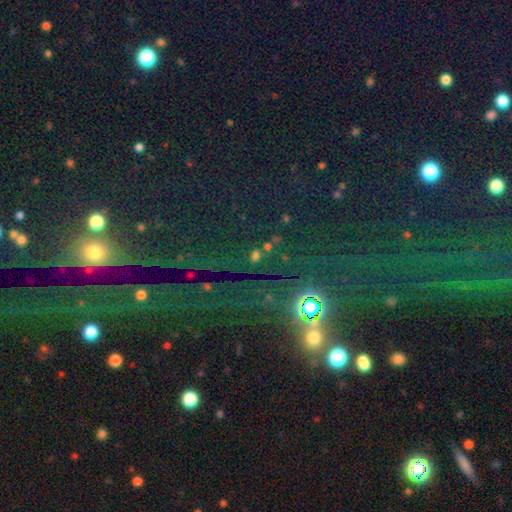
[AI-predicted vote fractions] smooth-or-featured: star or artifact: 52% | smooth: 40% | featured or disk: 9%